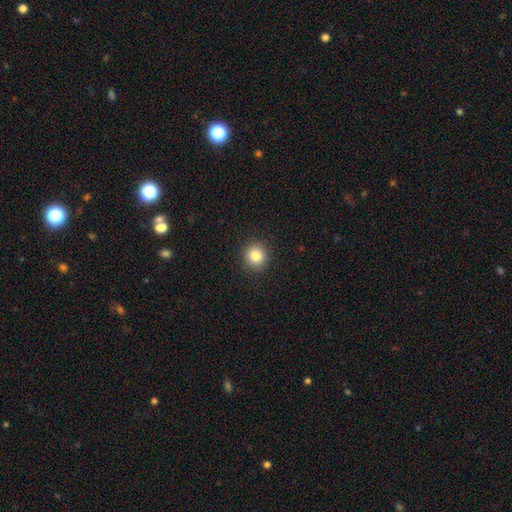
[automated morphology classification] Smooth or featured? smooth (84%)
How rounded? round (89%)
Merging? none (91%)